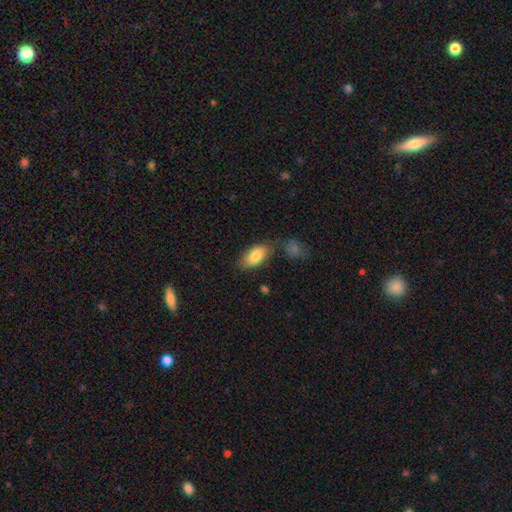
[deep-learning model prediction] Morphology: type=smooth (82%); roundness=in between (91%); merging=none (73%).